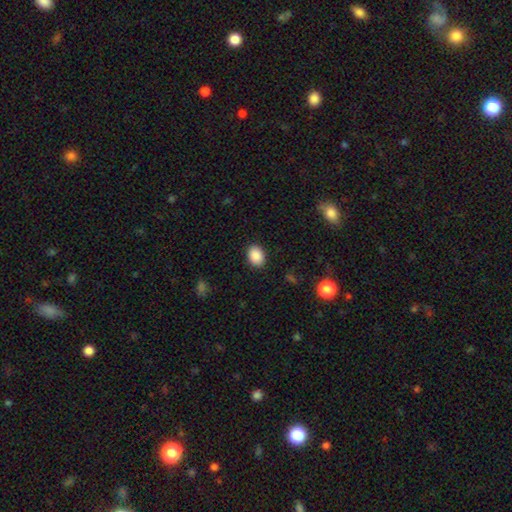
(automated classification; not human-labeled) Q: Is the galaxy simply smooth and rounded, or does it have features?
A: smooth — 90%.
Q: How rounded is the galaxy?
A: in between — 74%.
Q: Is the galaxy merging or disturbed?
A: none — 89%.